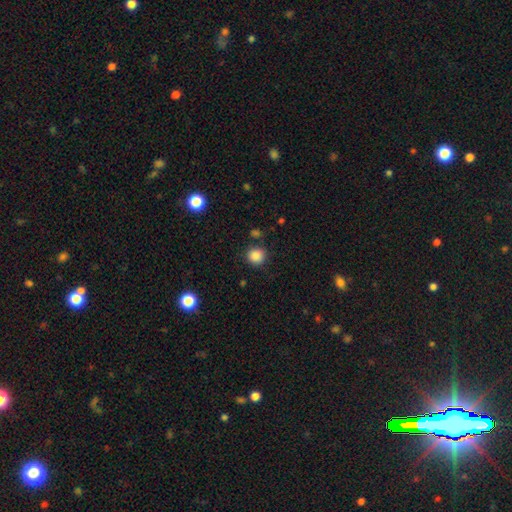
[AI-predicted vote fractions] A smooth galaxy with no disk features (86%) that is round (91%). Merging: none (85%).